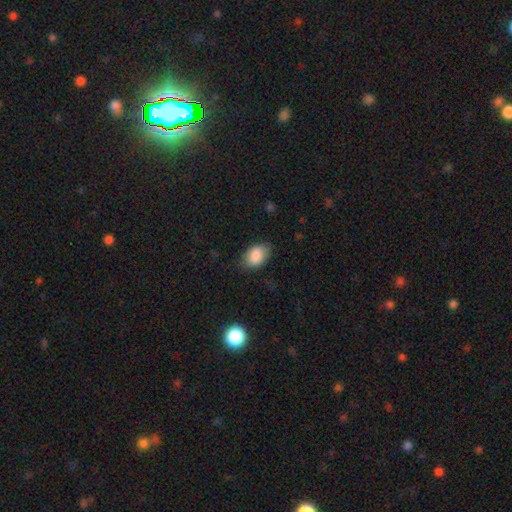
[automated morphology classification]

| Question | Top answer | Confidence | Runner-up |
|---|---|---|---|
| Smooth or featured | smooth | 87% | star or artifact (7%) |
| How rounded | in between | 88% | round (11%) |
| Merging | none | 77% | minor disturbance (17%) |